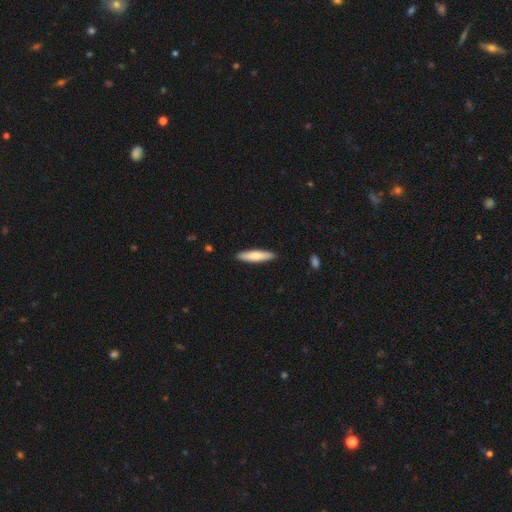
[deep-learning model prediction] A smooth galaxy with no disk features (71%) that is cigar-shaped (80%). Merging: none (90%).